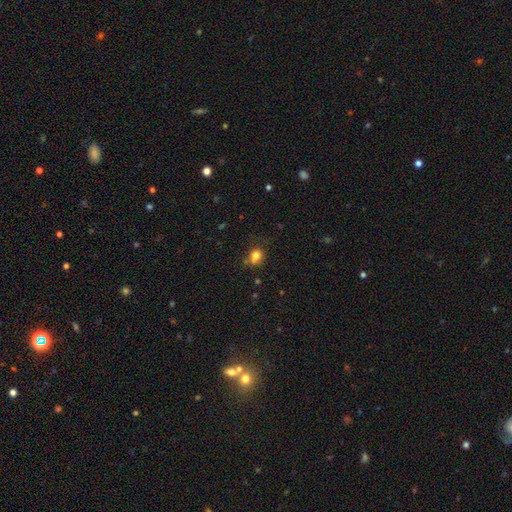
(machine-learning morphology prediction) Smooth or featured? Predicted: smooth (p=0.77). How rounded? Predicted: round (p=0.71). Merging? Predicted: none (p=0.55).